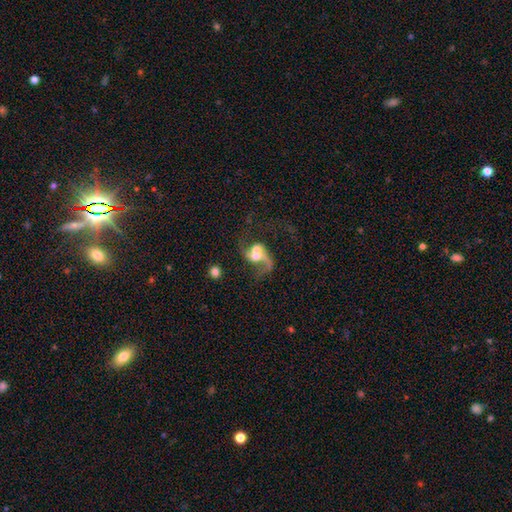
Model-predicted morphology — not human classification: The model was most divided on "bulge size": moderate: 52%, small: 20%, large: 18%, none: 7%, dominant: 4%. More confident: edge-on disk — no (97%); spiral arms — yes (83%); spiral winding — loose (80%); smooth or featured — featured or disk (69%); spiral arm count — 2 (68%); bar — no (62%); merging — merger (59%).